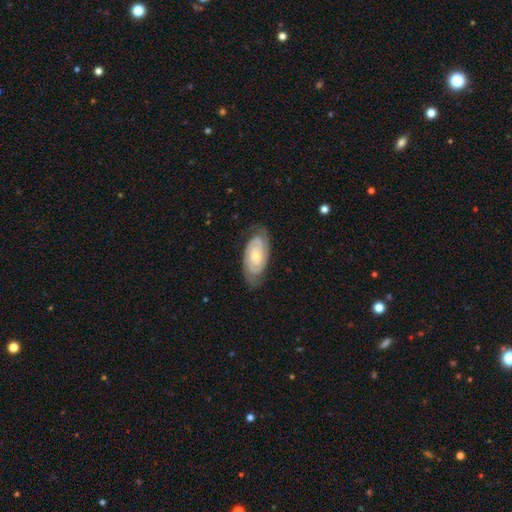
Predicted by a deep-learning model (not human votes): A featured or disk galaxy (82%) with no bar (68%), 2 (77%) tight (69%) spiral arms (95%) and a small central bulge (57%).

Vote fractions:
- Smooth or featured? featured or disk: 82% / smooth: 13% / star or artifact: 5%
- Edge-on disk? no: 95% / yes: 5%
- Bar? no: 68% / weak: 26% / strong: 6%
- Spiral arms? yes: 95% / no: 5%
- Spiral winding? tight: 69% / medium: 25% / loose: 6%
- Spiral arm count? 2: 77% / can't tell: 13% / 3: 5% / 1: 2% / 4: 2% / more than 4: 1%
- Bulge size? small: 57% / moderate: 37% / none: 3% / large: 2% / dominant: 1%
- Merging? none: 77% / minor disturbance: 17% / major disturbance: 5% / merger: 1%